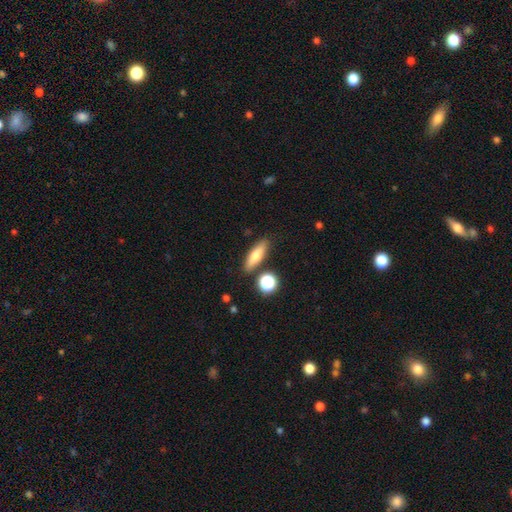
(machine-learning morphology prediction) Q: Smooth or featured?
A: smooth (65%); runner-up: featured or disk (26%)
Q: How rounded?
A: cigar-shaped (54%); runner-up: in between (41%)
Q: Merging?
A: none (83%); runner-up: minor disturbance (10%)